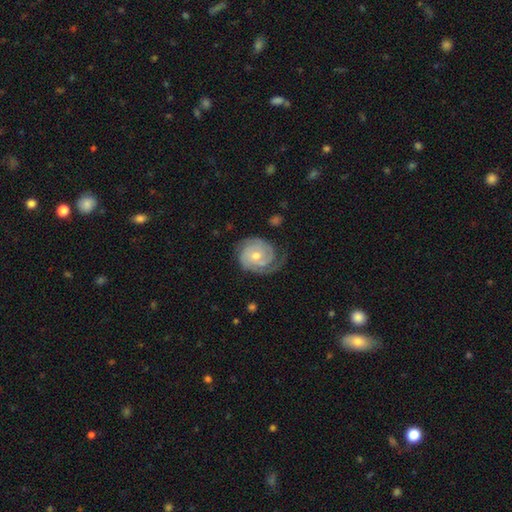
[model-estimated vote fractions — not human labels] This appears to be a featured or disk galaxy (85%) with no bar (70%), 2 (49%) tight (73%) spiral arms (97%) and a moderate central bulge (56%). Merging: none (70%).